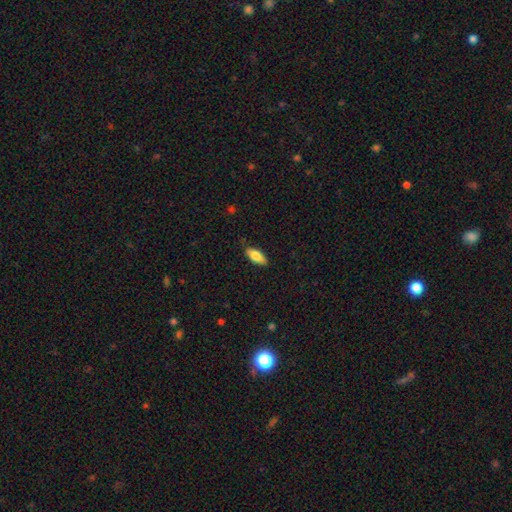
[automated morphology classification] Smooth or featured: smooth — 80% (featured or disk — 14%)
How rounded: in between — 82% (cigar-shaped — 16%)
Merging: none — 85% (minor disturbance — 11%)